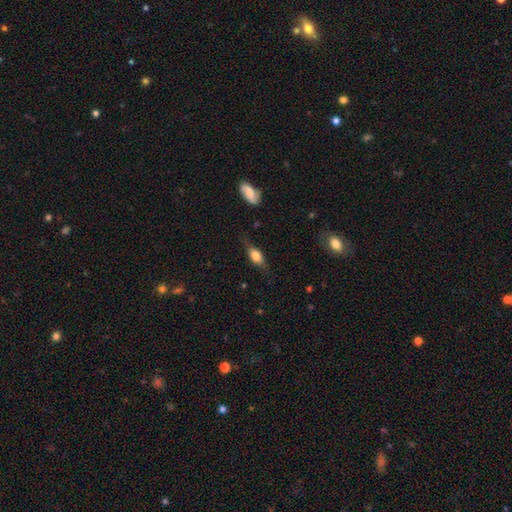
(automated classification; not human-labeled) A smooth galaxy with no disk features (71%) that is in between round and cigar-shaped (76%).

Vote fractions:
- Smooth or featured? smooth: 71% / featured or disk: 22% / star or artifact: 7%
- How rounded? in between: 76% / cigar-shaped: 17% / round: 6%
- Merging? none: 67% / minor disturbance: 23% / major disturbance: 8% / merger: 2%